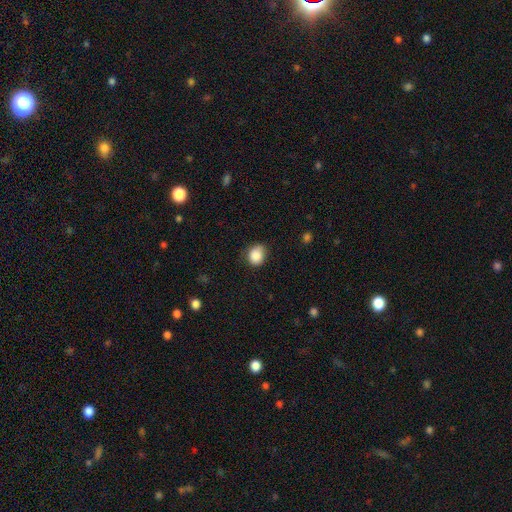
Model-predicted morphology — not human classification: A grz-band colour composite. It shows a smooth galaxy with no disk features (87%) that is round (59%). Merging: none (73%).